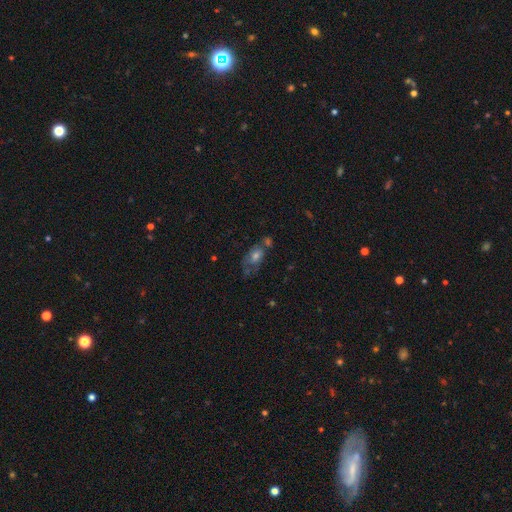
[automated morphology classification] Smooth or featured? Predicted: smooth (p=0.49). Merging? Predicted: none (p=0.37).